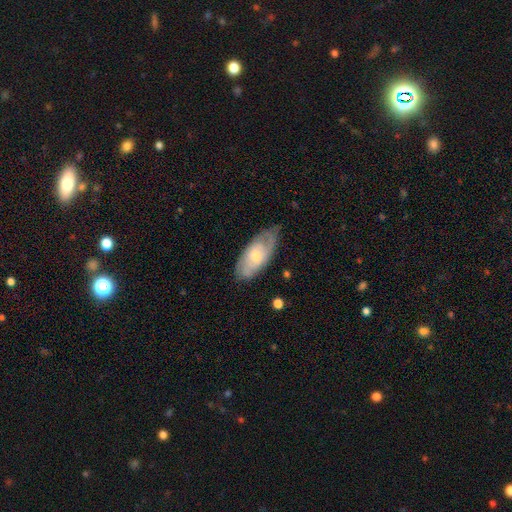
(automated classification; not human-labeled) Overall: featured or disk (63%; smooth 32%). Edge-on disk: no (88%). Bar: no (66%; weak 30%). Spiral arms: yes (82%). Bulge size: moderate (51%; small 45%). Merging: none (69%).